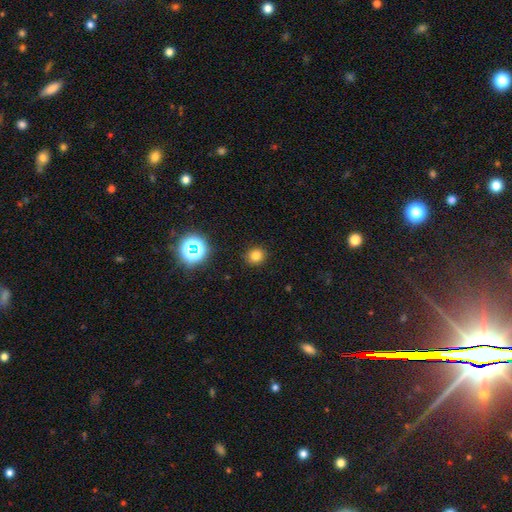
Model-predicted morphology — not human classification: Smooth or featured?
  - smooth: 77% *
  - star or artifact: 18%
  - featured or disk: 6%
How rounded?
  - round: 84% *
  - in between: 15%
  - cigar-shaped: 1%
Merging?
  - none: 90% *
  - minor disturbance: 6%
  - major disturbance: 2%
  - merger: 1%